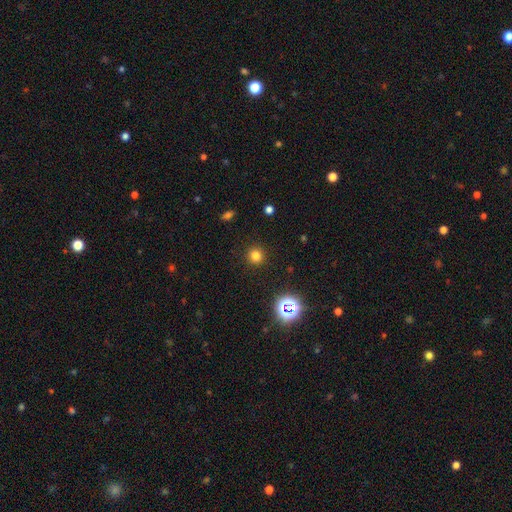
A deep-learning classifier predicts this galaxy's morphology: Smooth or featured: smooth — 76% (star or artifact — 19%)
How rounded: round — 94% (in between — 5%)
Merging: none — 91% (minor disturbance — 5%)